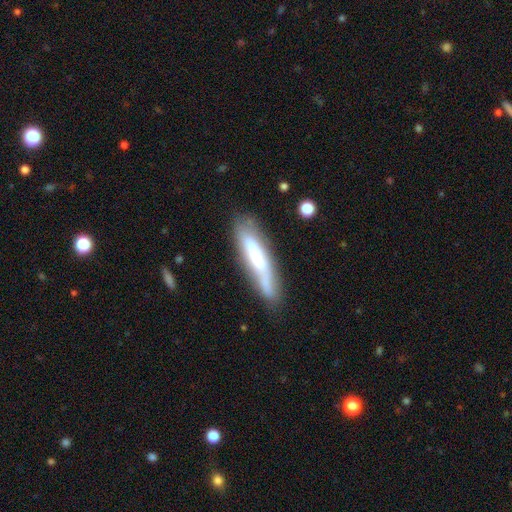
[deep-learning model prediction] A smooth galaxy with no disk features (46%). Merging: none (71%).